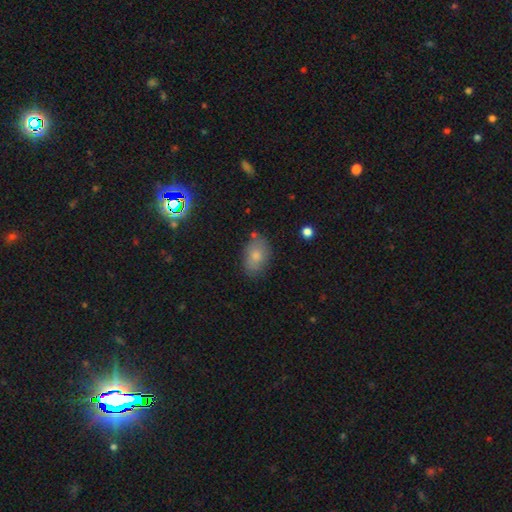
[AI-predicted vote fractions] smooth_or_featured: smooth (p=0.78) [alt: featured or disk p=0.13]
how_rounded: in between (p=0.87) [alt: round p=0.12]
merging: none (p=0.76) [alt: minor disturbance p=0.17]